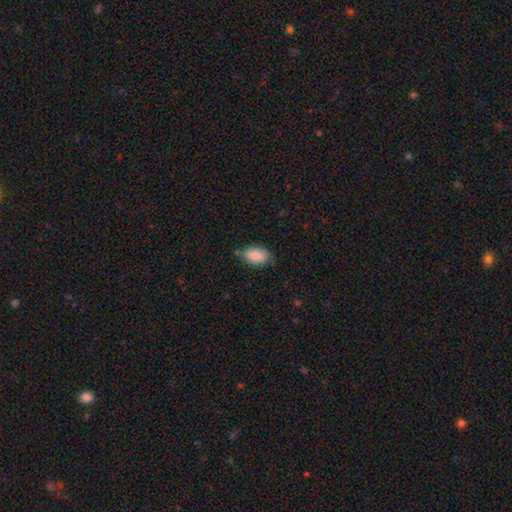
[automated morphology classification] Smooth or featured? Predicted: smooth (p=0.85). How rounded? Predicted: in between (p=0.93). Merging? Predicted: none (p=0.72).